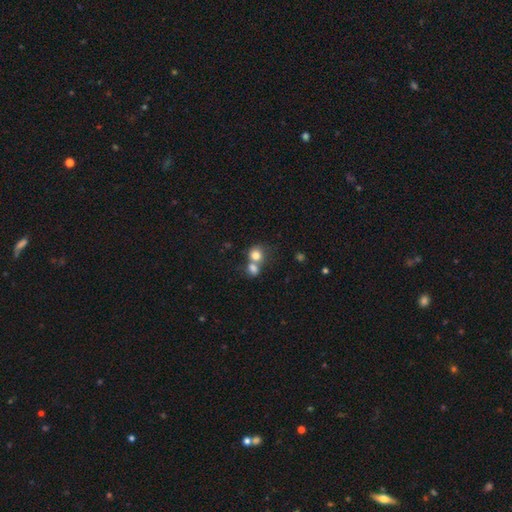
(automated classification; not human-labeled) smooth-or-featured: smooth: 79% | featured or disk: 11% | star or artifact: 10%
  how-rounded: round: 75% | in between: 24% | cigar-shaped: 1%
  merging: merger: 57% | none: 32% | minor disturbance: 7% | major disturbance: 4%